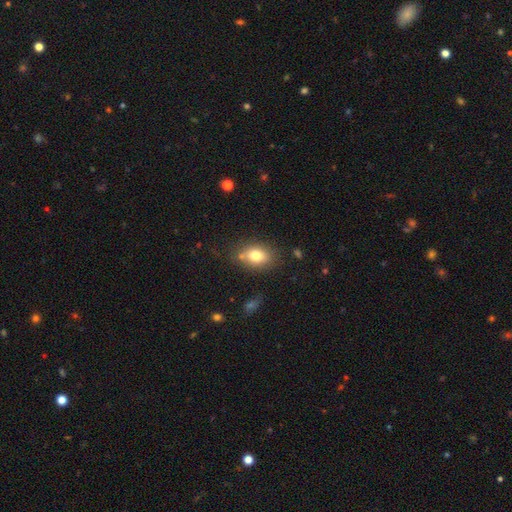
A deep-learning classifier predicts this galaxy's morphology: Smooth or featured? smooth (77%)
How rounded? in between (77%)
Merging? none (74%)